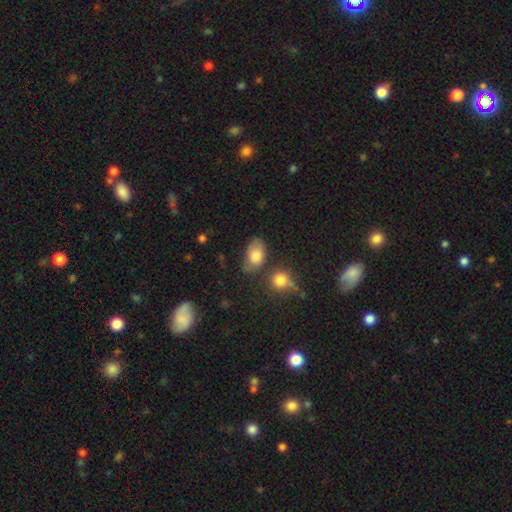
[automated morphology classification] A smooth galaxy with no disk features (76%) that is in between round and cigar-shaped (87%). Merging: none (47%).